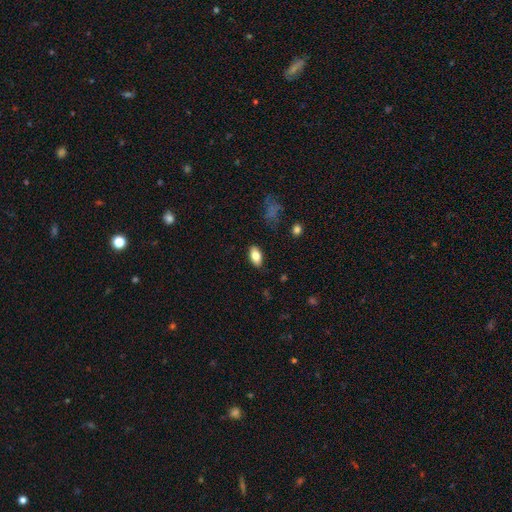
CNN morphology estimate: Q: Smooth or featured?
A: smooth (81%); runner-up: featured or disk (11%)
Q: How rounded?
A: in between (91%); runner-up: cigar-shaped (4%)
Q: Merging?
A: none (86%); runner-up: minor disturbance (11%)